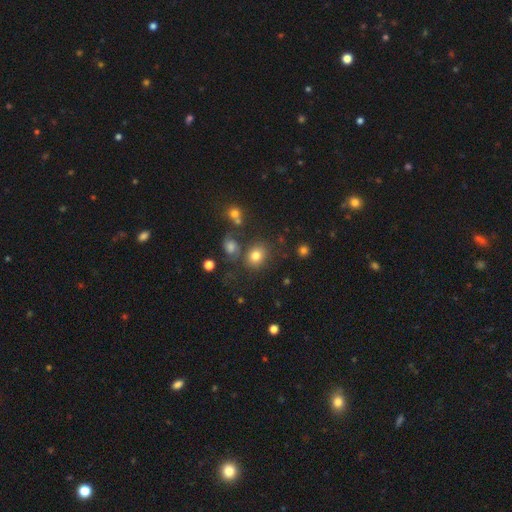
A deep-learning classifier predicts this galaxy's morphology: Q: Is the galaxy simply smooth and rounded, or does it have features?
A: smooth — 77%.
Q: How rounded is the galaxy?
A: round — 63%.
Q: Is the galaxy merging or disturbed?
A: none — 71%.